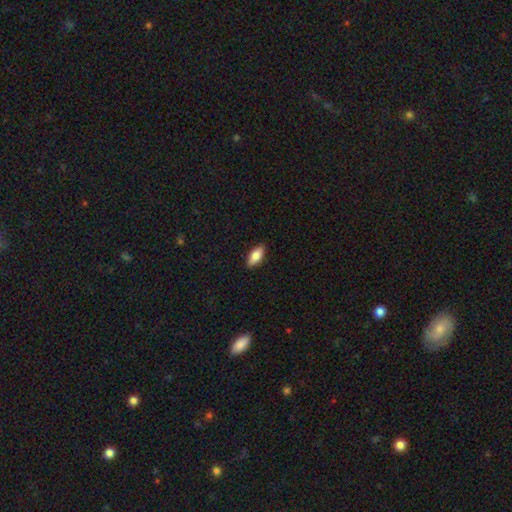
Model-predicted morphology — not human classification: This is likely a smooth galaxy (80%). How rounded: clearly in between (82%). Merging: clearly none (88%).